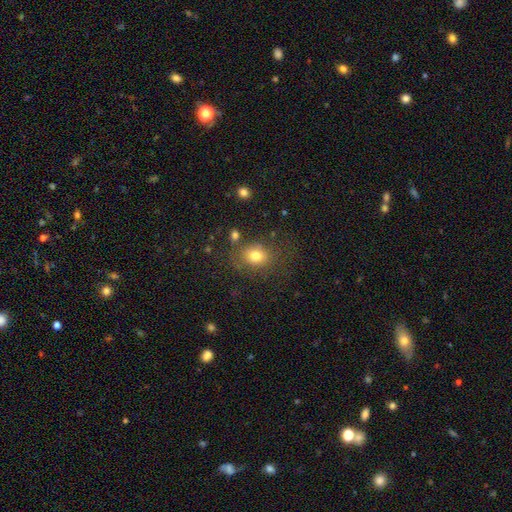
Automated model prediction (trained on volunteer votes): This is likely a smooth galaxy (77%). How rounded: possibly round (60%). Merging: likely none (71%).